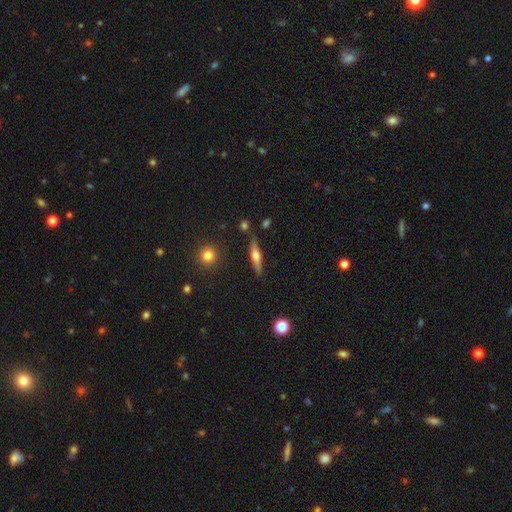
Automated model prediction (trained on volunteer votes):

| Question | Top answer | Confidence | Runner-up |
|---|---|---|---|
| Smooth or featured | featured or disk | 54% | smooth (39%) |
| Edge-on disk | yes | 93% | no (7%) |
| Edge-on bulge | rounded | 91% | boxy (4%) |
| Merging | none | 84% | minor disturbance (10%) |